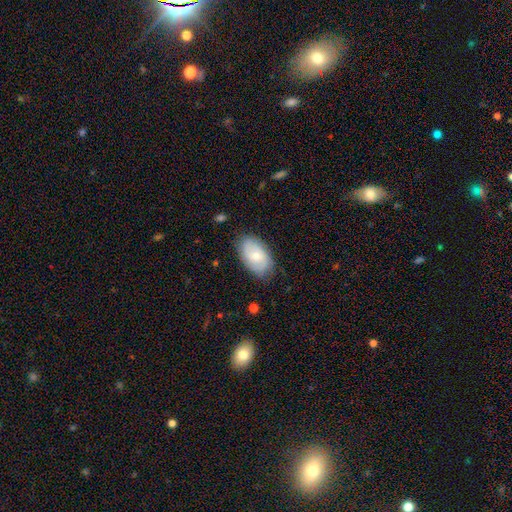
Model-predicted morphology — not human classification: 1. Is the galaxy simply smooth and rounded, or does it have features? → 52% smooth, 41% featured or disk, 6% star or artifact.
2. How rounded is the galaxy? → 91% in between, 7% round, 2% cigar-shaped.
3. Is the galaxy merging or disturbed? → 79% none, 16% minor disturbance, 4% major disturbance, 1% merger.